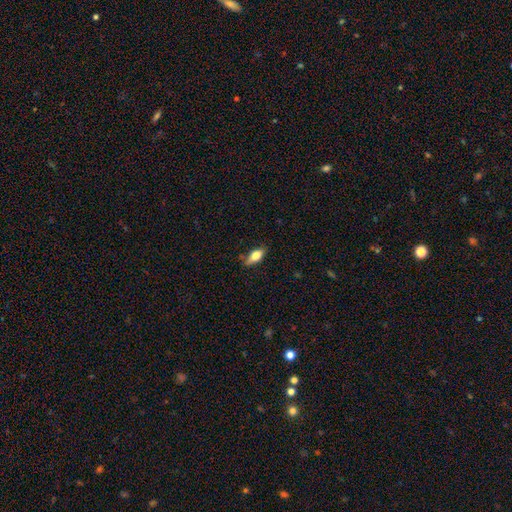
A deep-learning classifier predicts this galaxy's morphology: smooth_or_featured: smooth (p=0.66) [alt: featured or disk p=0.26]
how_rounded: in between (p=0.79) [alt: cigar-shaped p=0.17]
merging: none (p=0.78) [alt: minor disturbance p=0.17]